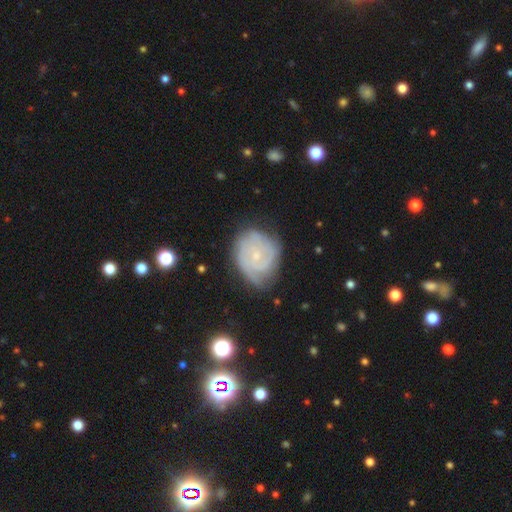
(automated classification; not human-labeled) The model was most divided on "spiral arm count": can't tell: 33%, 2: 27%, 3: 22%, 4: 7%, 1: 6%, more than 4: 5%. More confident: edge-on disk — no (98%); spiral arms — yes (94%); smooth or featured — featured or disk (78%); bulge size — small (78%); bar — no (73%); spiral winding — tight (70%); merging — none (65%).